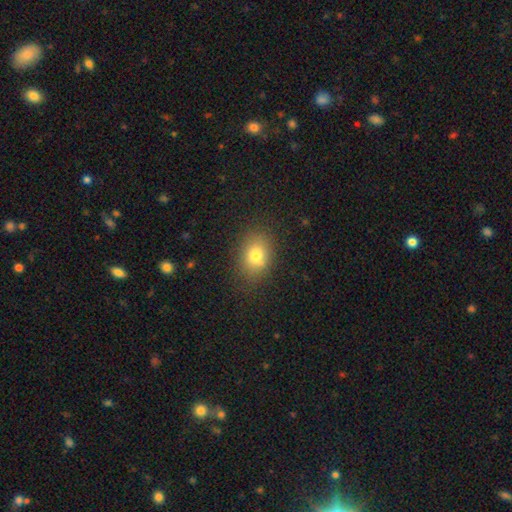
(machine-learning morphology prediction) smooth_or_featured: smooth (p=0.77) [alt: star or artifact p=0.12]
how_rounded: in between (p=0.62) [alt: round p=0.37]
merging: none (p=0.80) [alt: minor disturbance p=0.12]